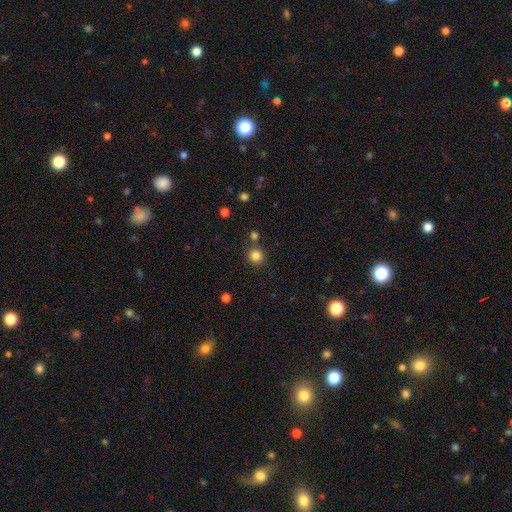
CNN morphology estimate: type=smooth (83%); roundness=round (93%); merging=none (80%).